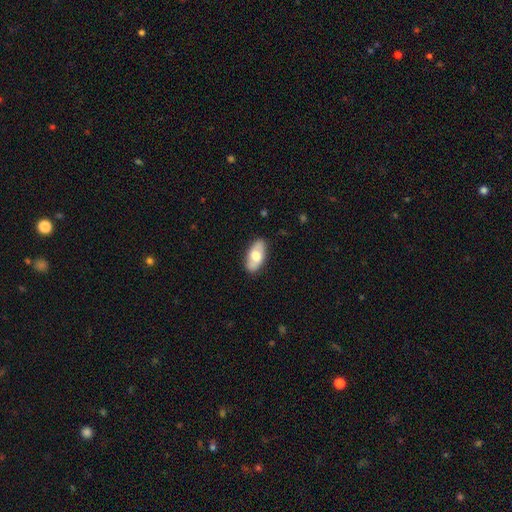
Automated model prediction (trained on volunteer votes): Smooth or featured: smooth — 61% (featured or disk — 34%)
How rounded: in between — 92% (cigar-shaped — 5%)
Merging: none — 84% (minor disturbance — 12%)